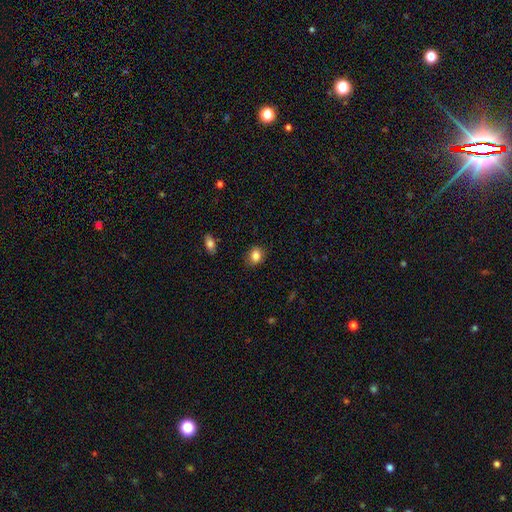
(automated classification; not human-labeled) smooth-or-featured: smooth: 85% | star or artifact: 9% | featured or disk: 6%
  how-rounded: round: 51% | in between: 48% | cigar-shaped: 1%
  merging: none: 84% | minor disturbance: 12% | major disturbance: 3% | merger: 1%